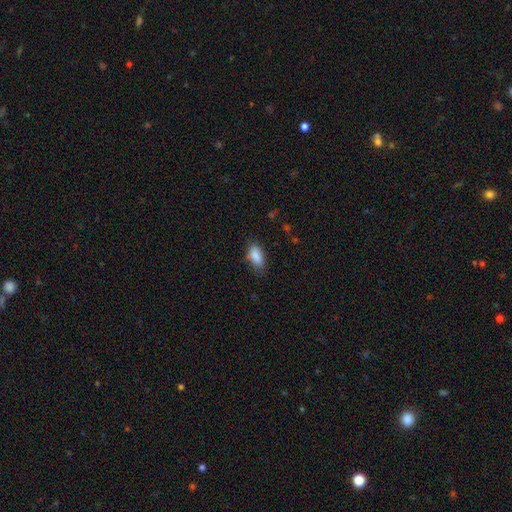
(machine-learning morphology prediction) A smooth galaxy with no disk features (87%) that is in between round and cigar-shaped (89%).

Vote fractions:
- Smooth or featured? smooth: 87% / star or artifact: 7% / featured or disk: 5%
- How rounded? in between: 89% / cigar-shaped: 7% / round: 3%
- Merging? none: 72% / minor disturbance: 22% / major disturbance: 5% / merger: 1%